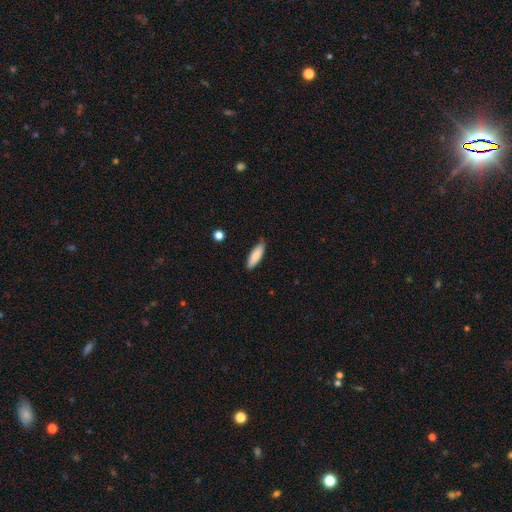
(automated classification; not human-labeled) This is clearly a smooth galaxy (83%). How rounded: possibly cigar-shaped (51%). Merging: clearly none (84%).